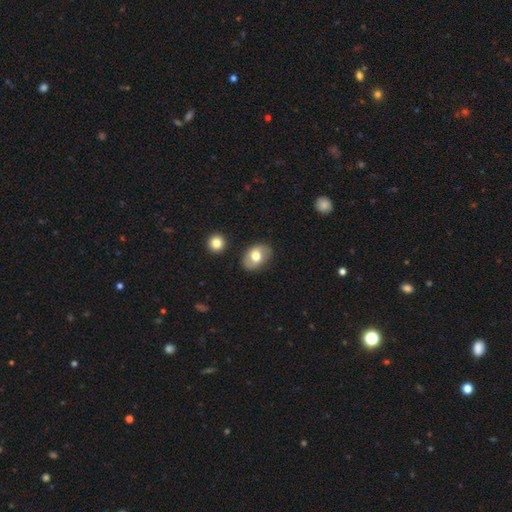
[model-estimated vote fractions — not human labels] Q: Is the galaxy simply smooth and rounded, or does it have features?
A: smooth — 65%.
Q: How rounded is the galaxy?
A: in between — 79%.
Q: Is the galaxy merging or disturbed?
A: none — 83%.